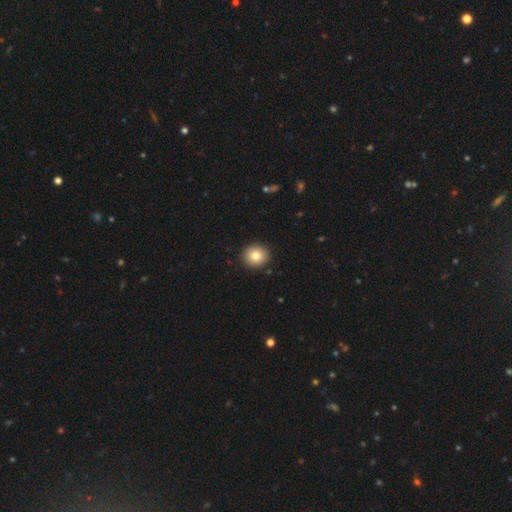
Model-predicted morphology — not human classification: smooth-or-featured: smooth: 82% | star or artifact: 10% | featured or disk: 9%
  how-rounded: round: 88% | in between: 11% | cigar-shaped: 1%
  merging: none: 92% | minor disturbance: 5% | major disturbance: 2% | merger: 1%